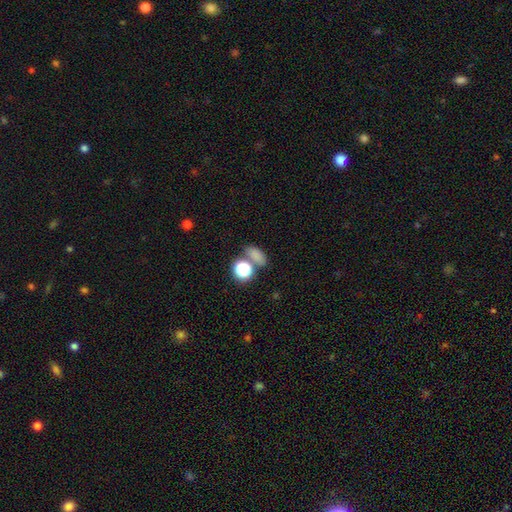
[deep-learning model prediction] smooth 76%, star or artifact 17%, featured or disk 7%. Down the decision tree: how rounded — in between (67%); merging — none (57%).